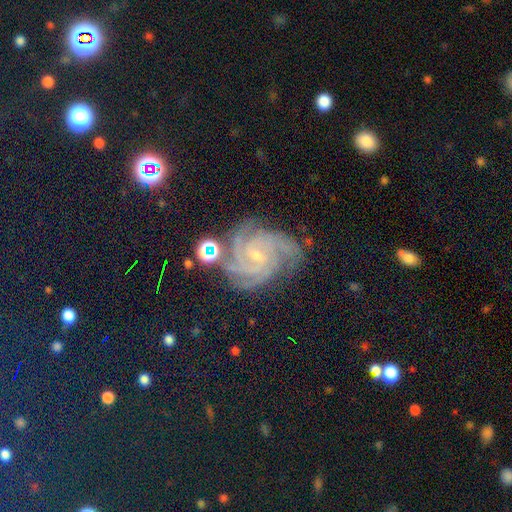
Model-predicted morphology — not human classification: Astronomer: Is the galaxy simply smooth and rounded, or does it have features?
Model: featured or disk — 84%.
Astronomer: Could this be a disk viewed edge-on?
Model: no — 98%.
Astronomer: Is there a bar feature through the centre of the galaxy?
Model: no — 53% (runner-up: weak, 35%).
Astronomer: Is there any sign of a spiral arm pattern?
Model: yes — 99%.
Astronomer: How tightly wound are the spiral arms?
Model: tight — 72%.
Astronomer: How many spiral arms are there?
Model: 4 — 37% (runner-up: 3, 27%).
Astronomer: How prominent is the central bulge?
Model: small — 79%.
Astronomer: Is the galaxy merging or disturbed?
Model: none — 70%.